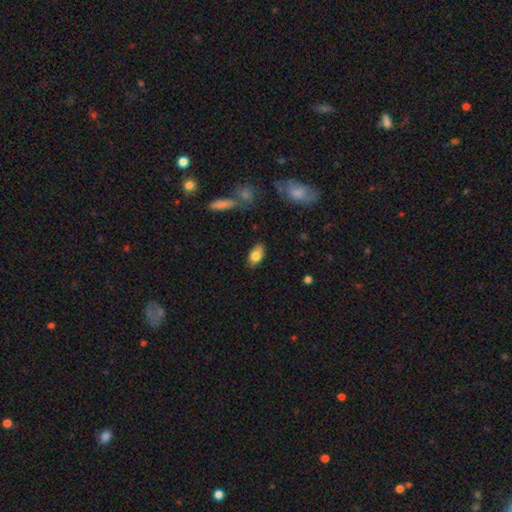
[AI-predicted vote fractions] Morphology: type=smooth (80%); roundness=in between (90%); merging=none (84%).